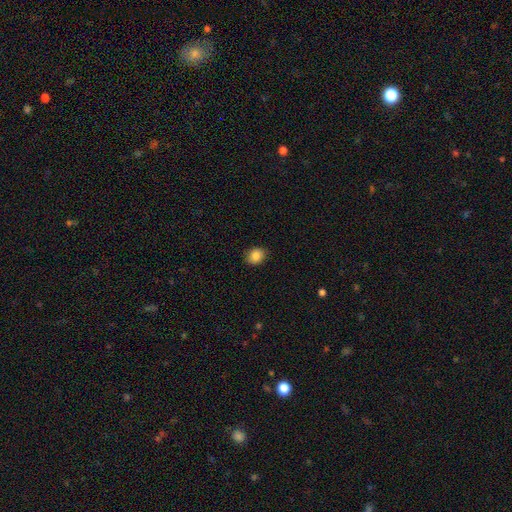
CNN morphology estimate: type=smooth (86%); roundness=round (57%); merging=none (85%).